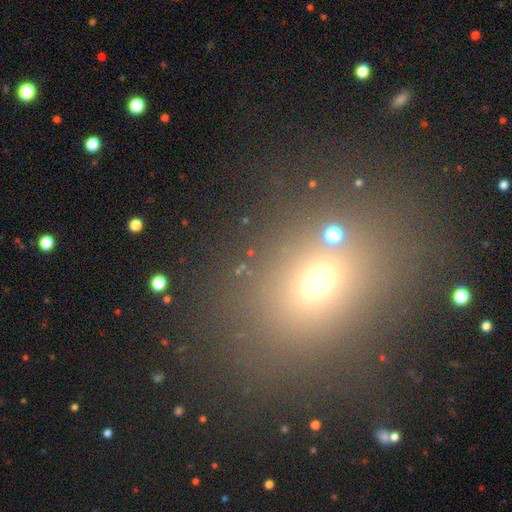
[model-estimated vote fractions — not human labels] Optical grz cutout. It shows a smooth galaxy with no disk features (56%) that is in between round and cigar-shaped (57%). Merging: none (77%).